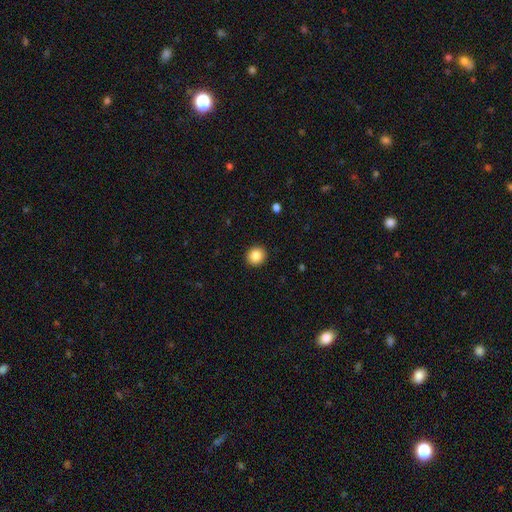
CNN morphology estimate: A smooth galaxy with no disk features (85%) that is round (89%). Merging: none (93%).